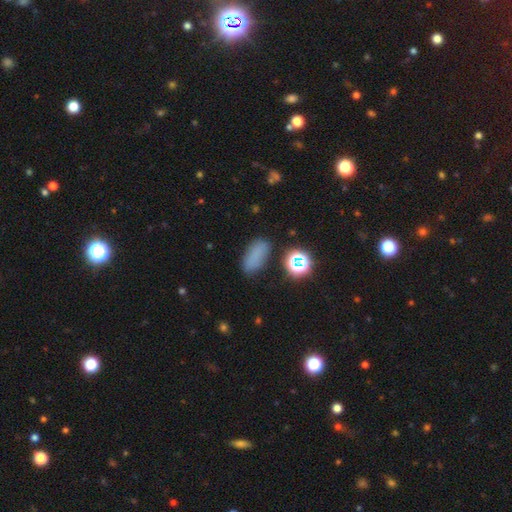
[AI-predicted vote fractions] A smooth galaxy with no disk features (73%) that is in between round and cigar-shaped (81%). Merging: none (79%).